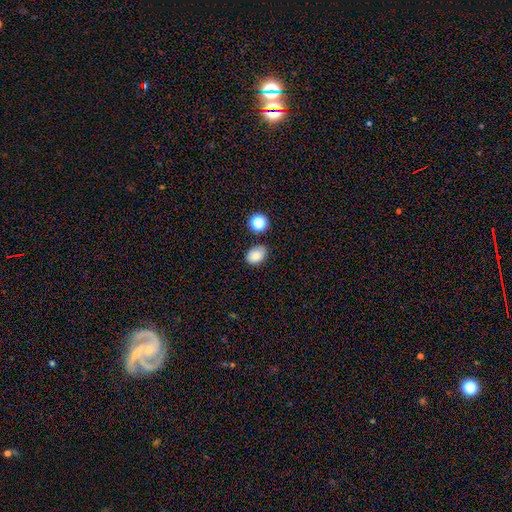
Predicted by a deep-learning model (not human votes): The model was most divided on "how rounded": in between: 74%, round: 25%, cigar-shaped: 1%. More confident: smooth or featured — smooth (83%); merging — none (76%).